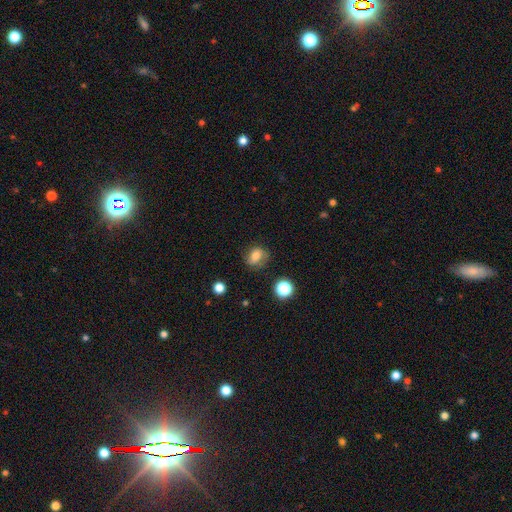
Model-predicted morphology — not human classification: A smooth galaxy with no disk features (69%) that is round (54%). Merging: none (67%).